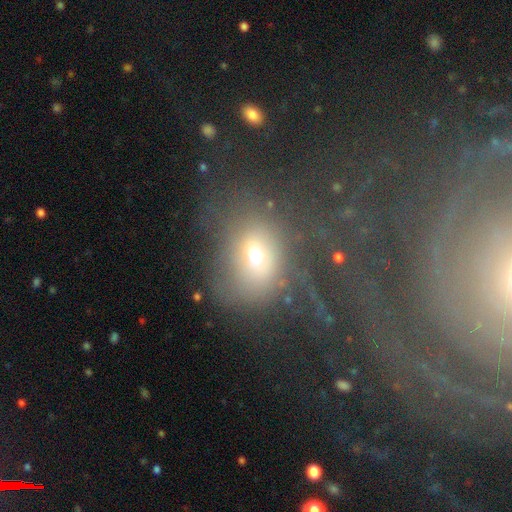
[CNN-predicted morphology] Smooth or featured: smooth — 61% (featured or disk — 20%)
How rounded: round — 55% (in between — 44%)
Merging: none — 44% (major disturbance — 31%)